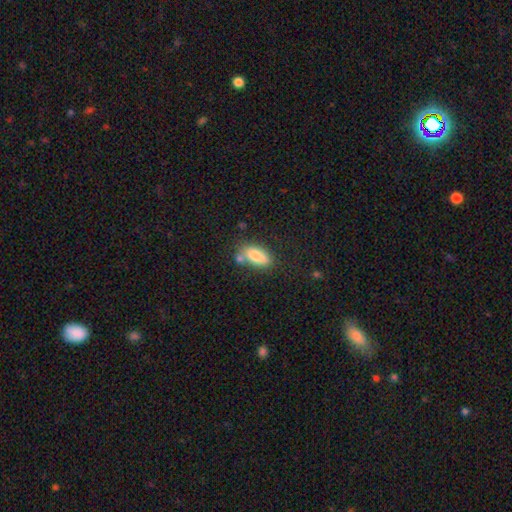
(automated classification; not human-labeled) Morphology: type=smooth (84%); roundness=in between (85%); merging=none (64%).